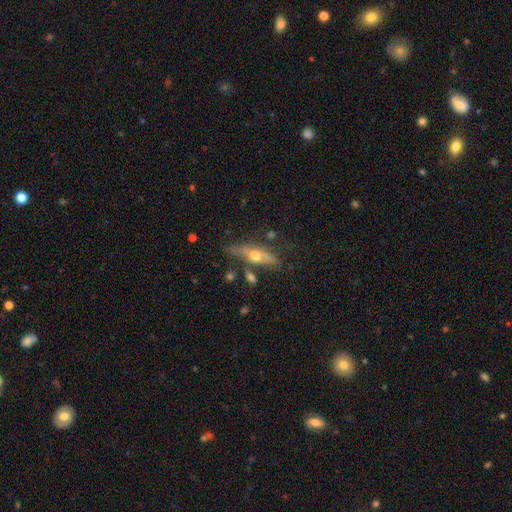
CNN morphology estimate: Q: Smooth or featured?
A: featured or disk (61%); runner-up: smooth (32%)
Q: Edge-on disk?
A: yes (87%); runner-up: no (13%)
Q: Edge-on bulge?
A: rounded (93%); runner-up: boxy (3%)
Q: Merging?
A: none (63%); runner-up: minor disturbance (20%)